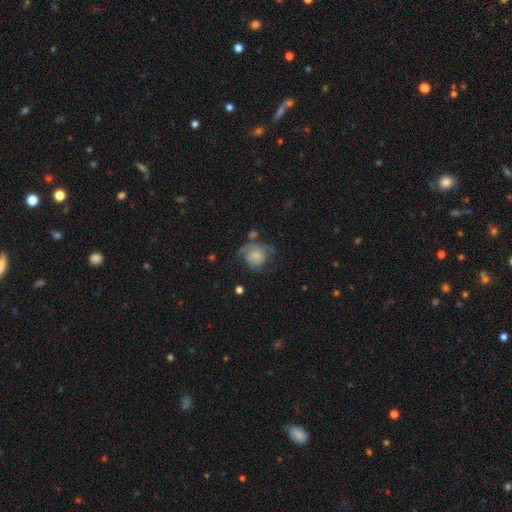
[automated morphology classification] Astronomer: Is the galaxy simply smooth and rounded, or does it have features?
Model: smooth — 48% (runner-up: featured or disk, 44%).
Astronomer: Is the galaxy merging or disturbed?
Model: none — 37% (runner-up: major disturbance, 29%).